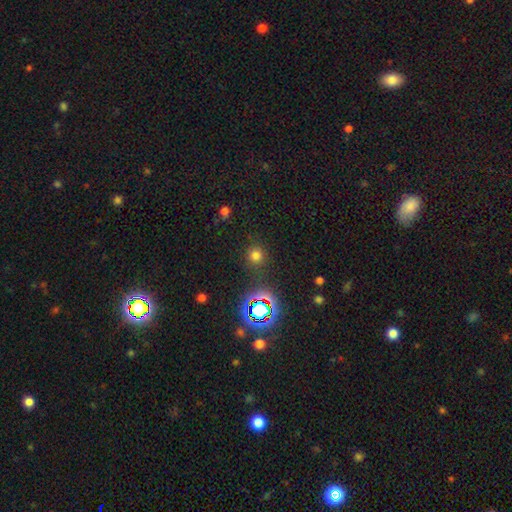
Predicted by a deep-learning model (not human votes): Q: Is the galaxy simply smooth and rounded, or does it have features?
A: smooth — 70%.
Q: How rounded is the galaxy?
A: round — 92%.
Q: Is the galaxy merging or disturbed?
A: none — 86%.